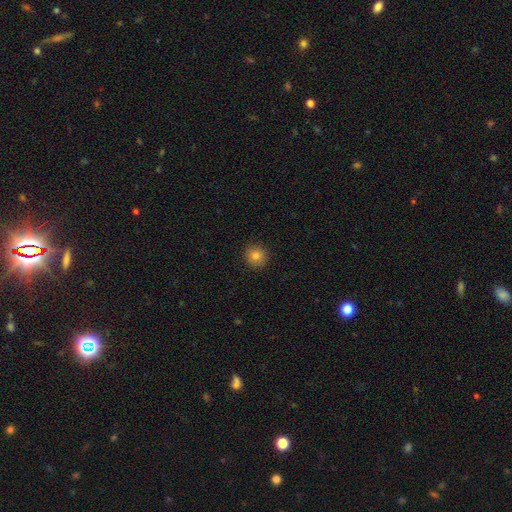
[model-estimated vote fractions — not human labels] This is clearly a smooth galaxy (81%). How rounded: clearly round (94%). Merging: clearly none (92%).